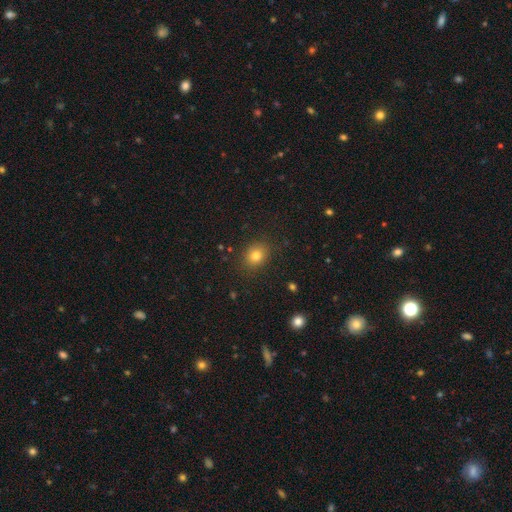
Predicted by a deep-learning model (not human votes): Q: Smooth or featured?
A: smooth (80%); runner-up: star or artifact (13%)
Q: How rounded?
A: round (63%); runner-up: in between (36%)
Q: Merging?
A: none (85%); runner-up: minor disturbance (10%)